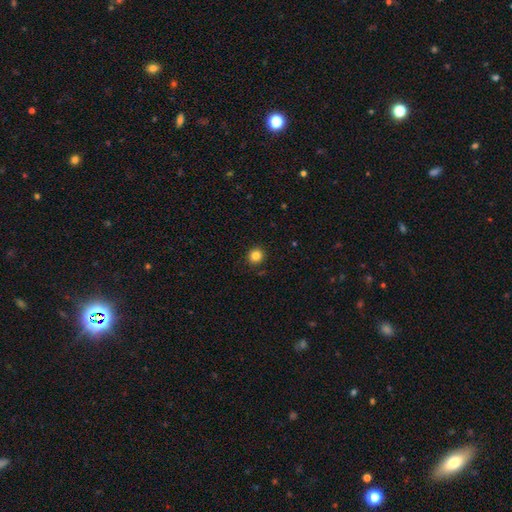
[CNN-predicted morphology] smooth_or_featured: smooth (p=0.84) [alt: star or artifact p=0.12]
how_rounded: round (p=0.90) [alt: in between p=0.09]
merging: none (p=0.91) [alt: minor disturbance p=0.06]